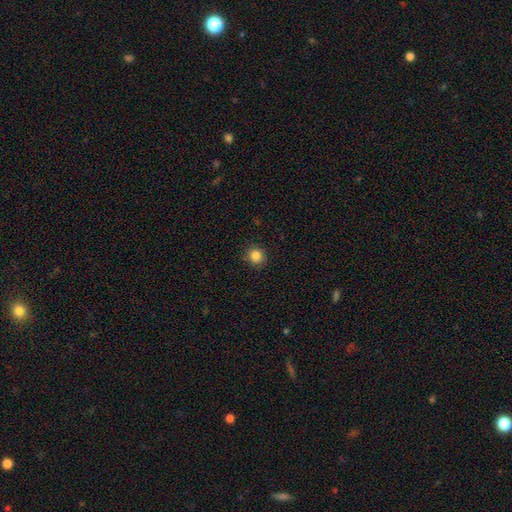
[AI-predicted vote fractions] Q: Smooth or featured?
A: smooth (85%); runner-up: star or artifact (11%)
Q: How rounded?
A: round (90%); runner-up: in between (9%)
Q: Merging?
A: none (89%); runner-up: minor disturbance (8%)